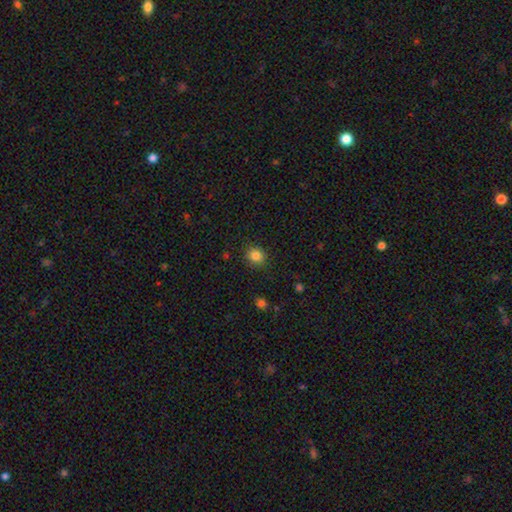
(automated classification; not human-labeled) smooth-or-featured: smooth: 84% | star or artifact: 11% | featured or disk: 5%
  how-rounded: round: 81% | in between: 18% | cigar-shaped: 1%
  merging: none: 88% | minor disturbance: 8% | major disturbance: 2% | merger: 1%